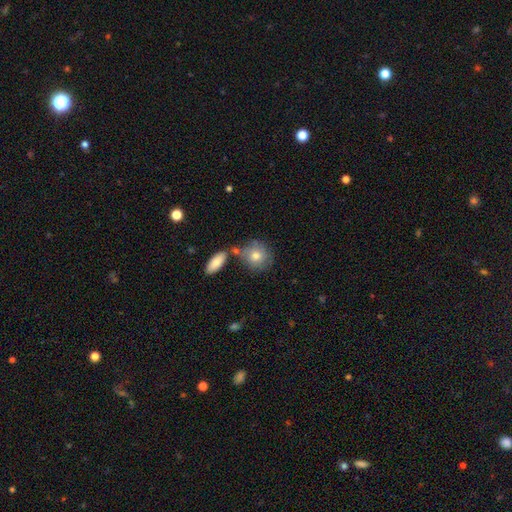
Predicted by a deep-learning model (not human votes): smooth-or-featured: smooth: 72% | featured or disk: 20% | star or artifact: 7%
  how-rounded: round: 80% | in between: 19% | cigar-shaped: 2%
  merging: none: 60% | merger: 18% | minor disturbance: 17% | major disturbance: 5%